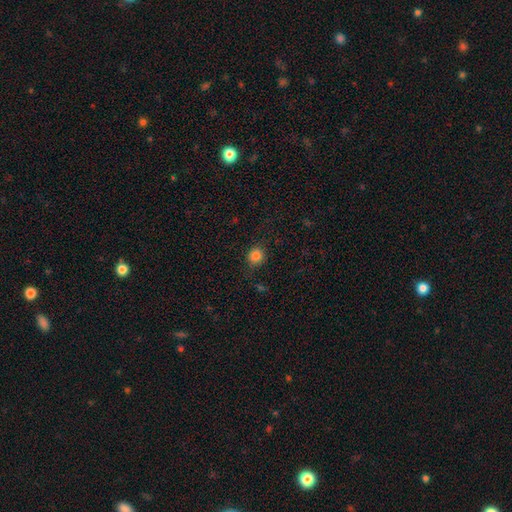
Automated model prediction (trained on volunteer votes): This is clearly a smooth galaxy (83%). How rounded: clearly round (85%). Merging: clearly none (84%).